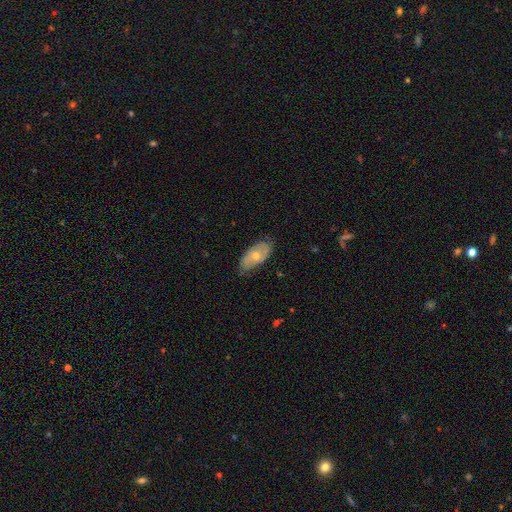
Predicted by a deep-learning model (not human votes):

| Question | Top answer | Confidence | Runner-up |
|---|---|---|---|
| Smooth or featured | featured or disk | 59% | smooth (34%) |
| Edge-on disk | no | 88% | yes (12%) |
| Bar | no | 74% | weak (21%) |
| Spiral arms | yes | 74% | no (26%) |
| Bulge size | moderate | 57% | small (39%) |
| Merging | none | 76% | minor disturbance (20%) |